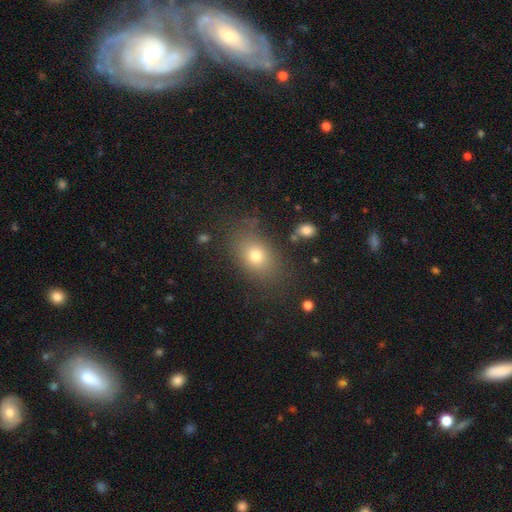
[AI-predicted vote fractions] This appears to be a smooth galaxy with no disk features (74%) that is in between round and cigar-shaped (71%). Merging: none (77%).